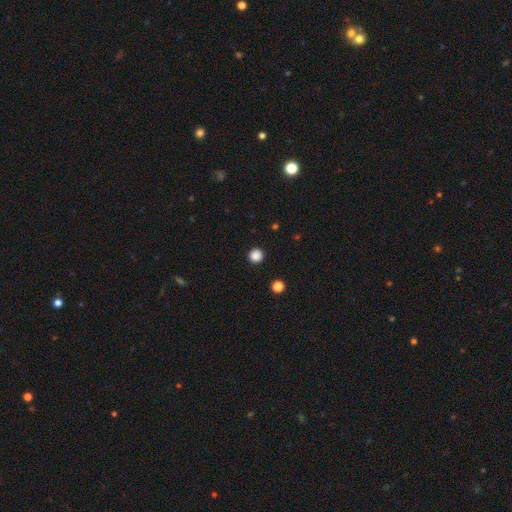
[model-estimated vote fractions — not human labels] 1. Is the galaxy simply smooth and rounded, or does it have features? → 87% smooth, 11% star or artifact, 2% featured or disk.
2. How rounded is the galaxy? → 96% round, 4% in between, 1% cigar-shaped.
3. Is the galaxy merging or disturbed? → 93% none, 4% minor disturbance, 2% major disturbance, 1% merger.